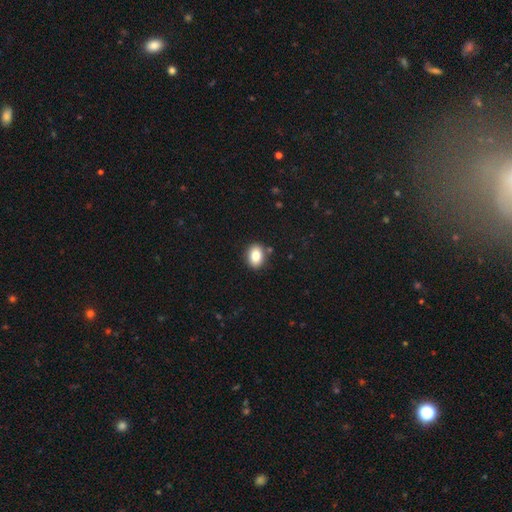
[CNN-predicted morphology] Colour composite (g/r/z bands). It shows a smooth galaxy with no disk features (85%) that is in between round and cigar-shaped (71%). Merging: none (86%).